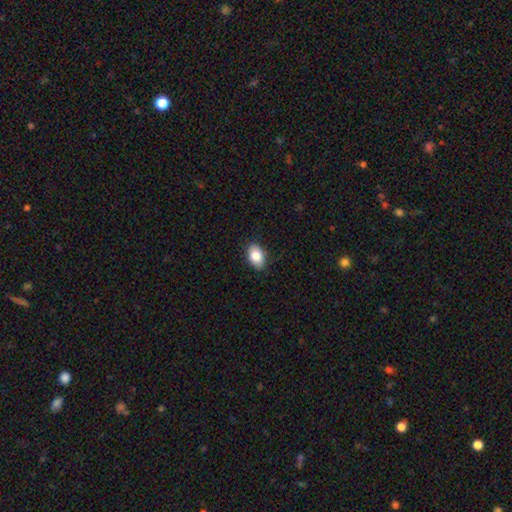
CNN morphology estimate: This is clearly a smooth galaxy (83%). How rounded: clearly in between (86%). Merging: clearly none (87%).